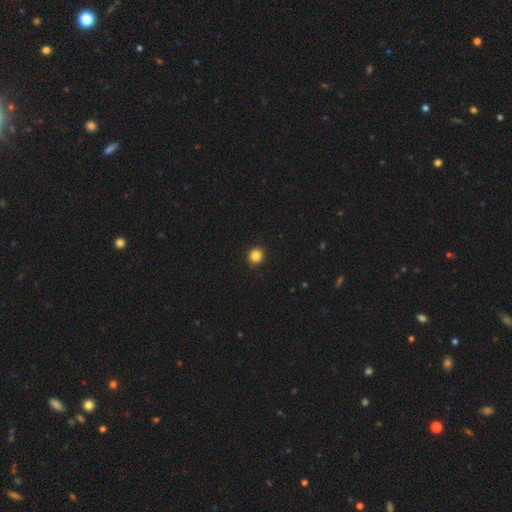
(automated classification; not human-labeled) A smooth galaxy with no disk features (85%) that is round (90%). Merging: none (93%).